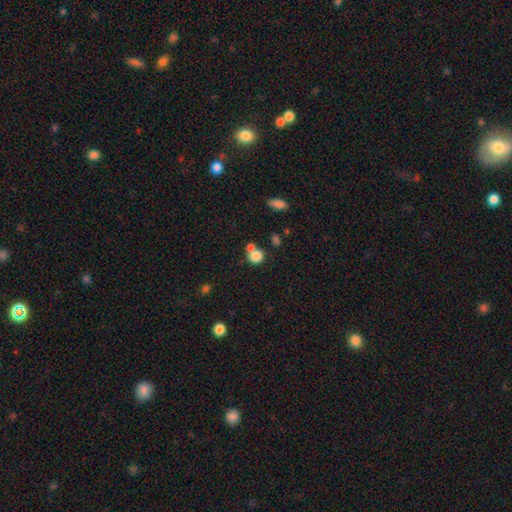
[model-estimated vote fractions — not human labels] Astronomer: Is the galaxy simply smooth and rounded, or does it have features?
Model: smooth — 81%.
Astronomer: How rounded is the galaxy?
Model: round — 78%.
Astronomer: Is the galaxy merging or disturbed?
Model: none — 45% (runner-up: merger, 41%).